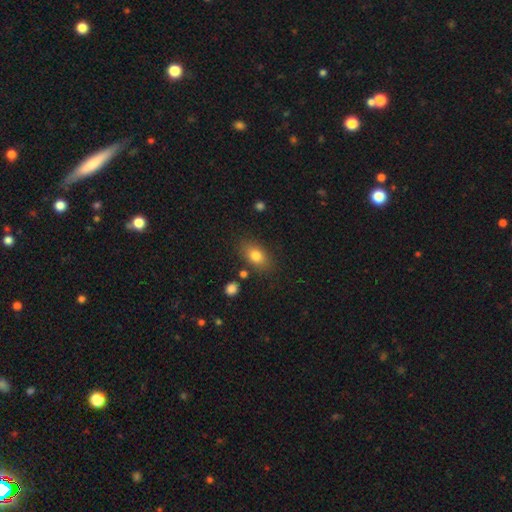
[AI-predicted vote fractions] smooth_or_featured: smooth (p=0.81) [alt: featured or disk p=0.10]
how_rounded: in between (p=0.82) [alt: round p=0.15]
merging: none (p=0.79) [alt: minor disturbance p=0.13]